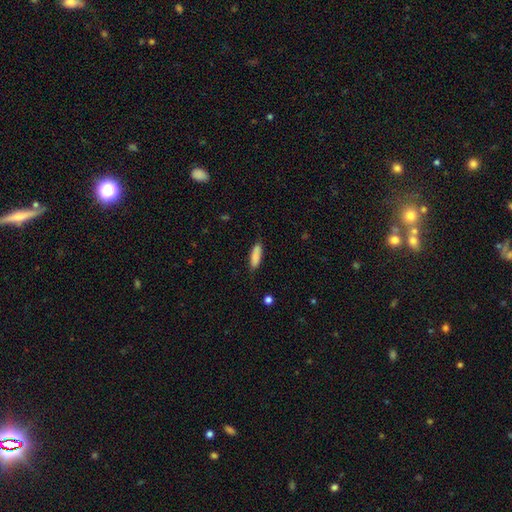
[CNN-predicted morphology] smooth-or-featured: smooth: 87% | featured or disk: 6% | star or artifact: 6%
  how-rounded: cigar-shaped: 52% | in between: 47% | round: 2%
  merging: none: 84% | minor disturbance: 12% | major disturbance: 2% | merger: 1%